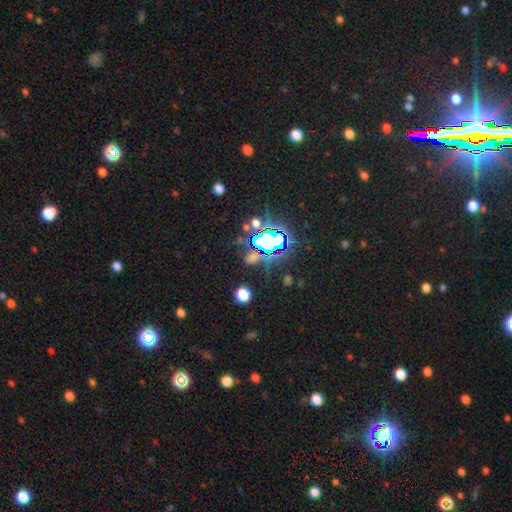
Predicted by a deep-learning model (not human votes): Morphology: type=star or artifact (62%).